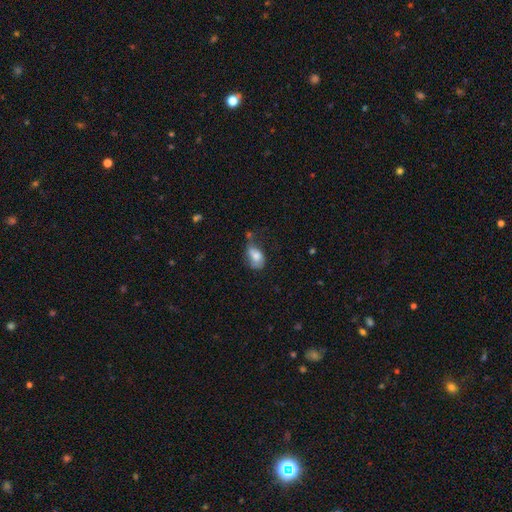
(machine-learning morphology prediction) Overall: smooth (68%). How rounded: in between (83%). Merging: minor disturbance (32%; none 30%).